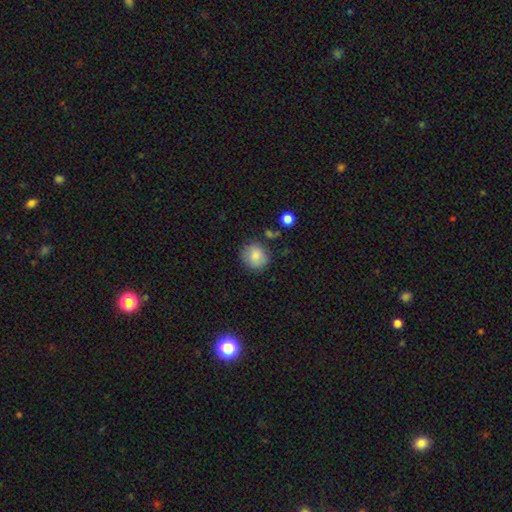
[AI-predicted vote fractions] Smooth or featured? smooth (84%)
How rounded? round (86%)
Merging? none (79%)